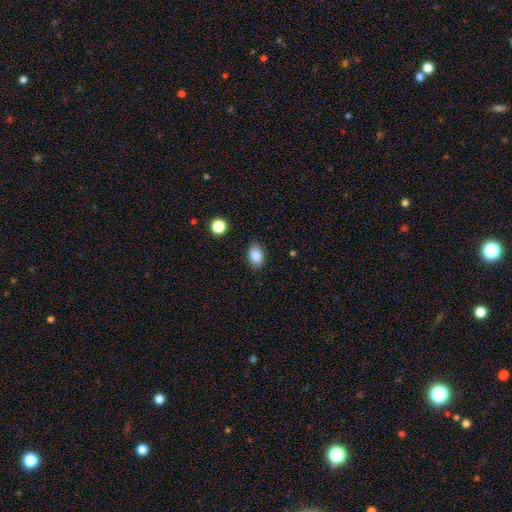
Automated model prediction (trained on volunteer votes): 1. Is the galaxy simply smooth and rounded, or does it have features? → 87% smooth, 8% star or artifact, 5% featured or disk.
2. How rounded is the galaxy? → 85% in between, 13% round, 1% cigar-shaped.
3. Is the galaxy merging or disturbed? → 85% none, 11% minor disturbance, 3% major disturbance, 1% merger.